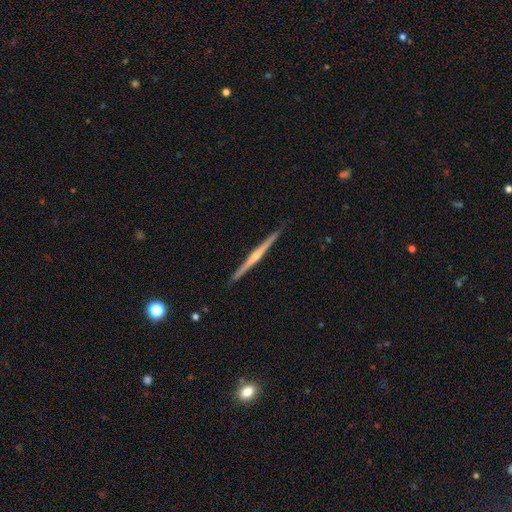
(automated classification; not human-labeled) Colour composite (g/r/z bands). It shows a featured or disk galaxy (80%) viewed edge-on (99%) with a rounded central bulge (75%). Merging: none (92%).